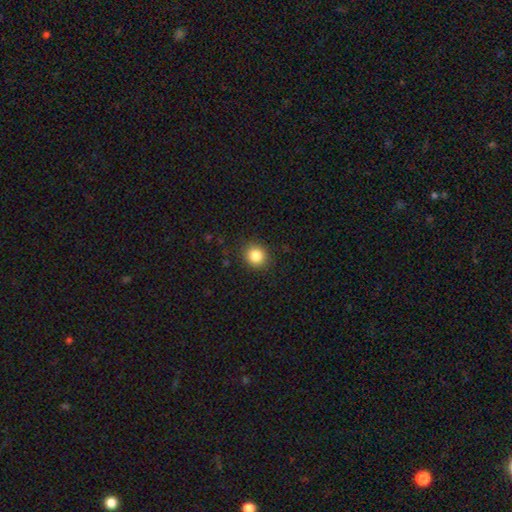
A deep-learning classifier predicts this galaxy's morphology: This is clearly a smooth galaxy (85%). How rounded: clearly round (82%). Merging: clearly none (88%).